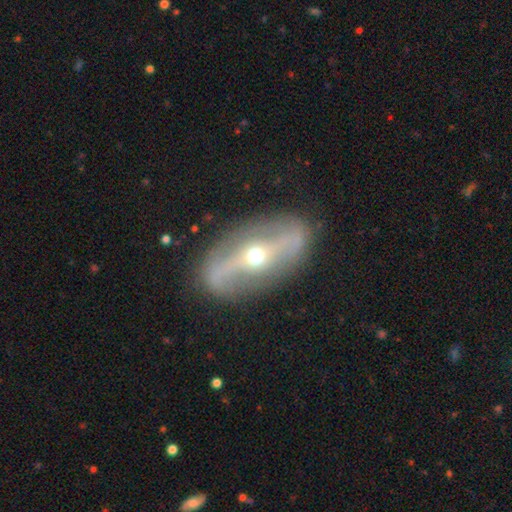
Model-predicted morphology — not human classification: Smooth or featured: featured or disk — 80% (smooth — 14%)
Edge-on disk: no — 86% (yes — 14%)
Bar: strong — 44% (no — 29%)
Spiral arms: yes — 68% (no — 32%)
Bulge size: moderate — 58% (small — 36%)
Merging: none — 79% (minor disturbance — 12%)